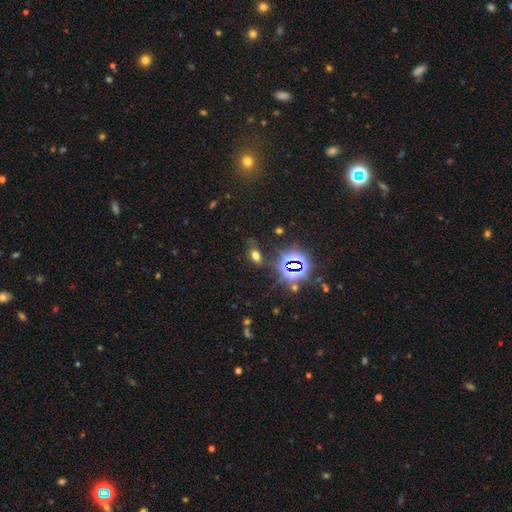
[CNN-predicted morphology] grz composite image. It shows a smooth galaxy with no disk features (55%) that is in between round and cigar-shaped (80%). Merging: none (77%).